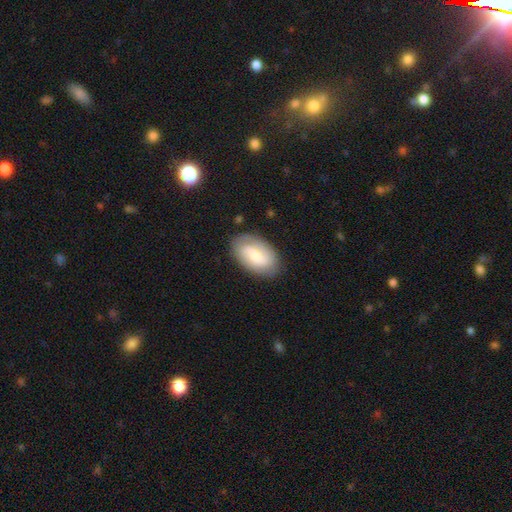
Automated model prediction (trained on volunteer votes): smooth 47%, featured or disk 46%, star or artifact 7%. Down the decision tree: merging — none (81%).